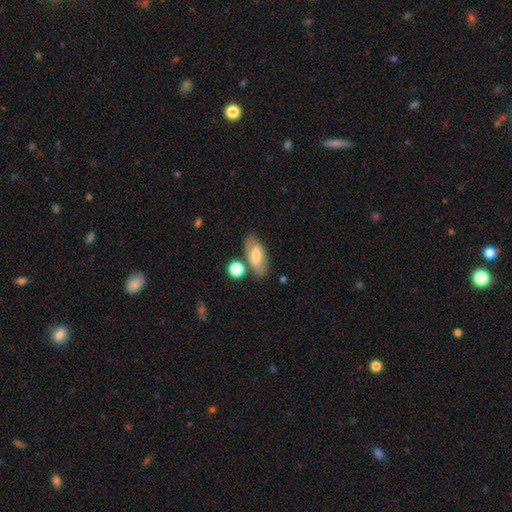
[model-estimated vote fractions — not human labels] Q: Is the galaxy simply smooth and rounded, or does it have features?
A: smooth — 60%.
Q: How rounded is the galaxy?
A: in between — 86%.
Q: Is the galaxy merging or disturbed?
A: none — 69%.